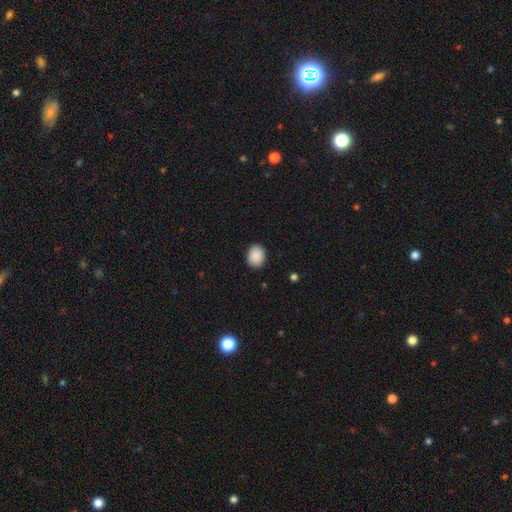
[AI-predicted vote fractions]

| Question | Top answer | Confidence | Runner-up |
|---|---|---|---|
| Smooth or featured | smooth | 90% | star or artifact (7%) |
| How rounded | in between | 55% | round (44%) |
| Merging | none | 88% | minor disturbance (9%) |